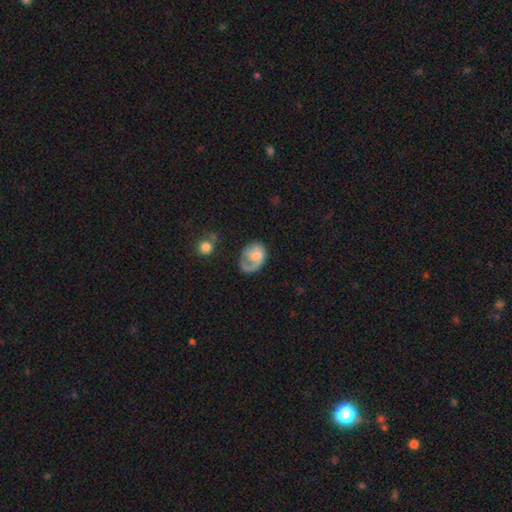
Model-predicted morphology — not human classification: type=featured or disk (52%); edge-on=no (97%); bar=no (74%); spiral arms=yes (77%); bulge=none (35%); merging=none (43%).